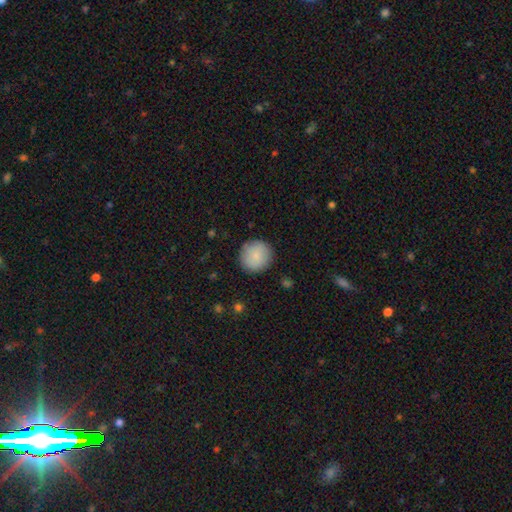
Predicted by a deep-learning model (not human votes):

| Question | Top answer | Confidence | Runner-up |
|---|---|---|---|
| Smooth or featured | smooth | 85% | featured or disk (8%) |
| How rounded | round | 95% | in between (4%) |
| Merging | none | 88% | minor disturbance (8%) |